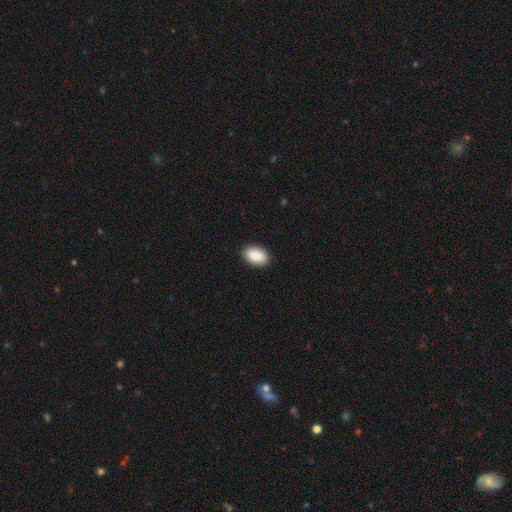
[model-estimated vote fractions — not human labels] Overall: smooth (90%). How rounded: in between (92%). Merging: none (89%).